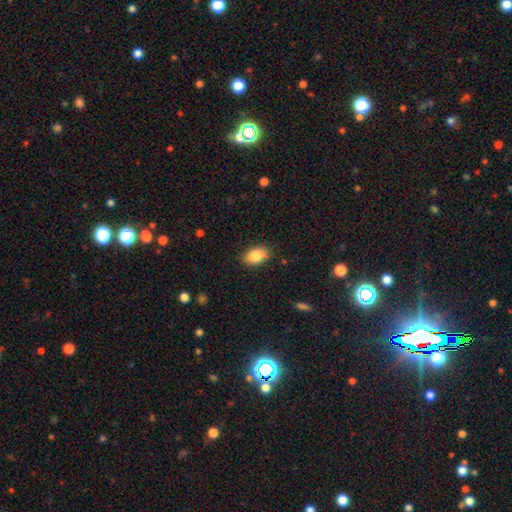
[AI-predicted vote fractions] Morphology: type=smooth (86%); roundness=in between (90%); merging=none (85%).